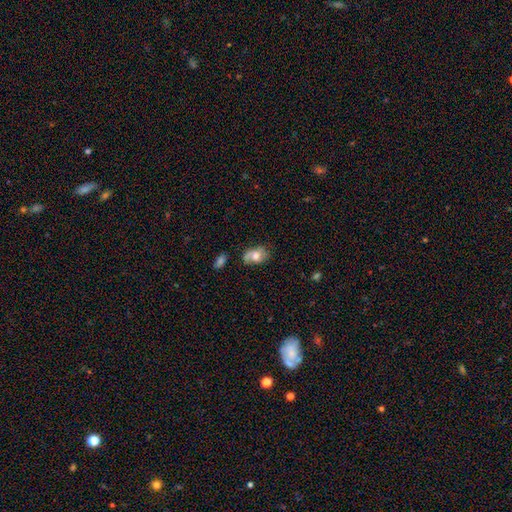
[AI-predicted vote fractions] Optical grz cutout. It shows a smooth galaxy with no disk features (55%) that is in between round and cigar-shaped (79%). Merging: none (59%).